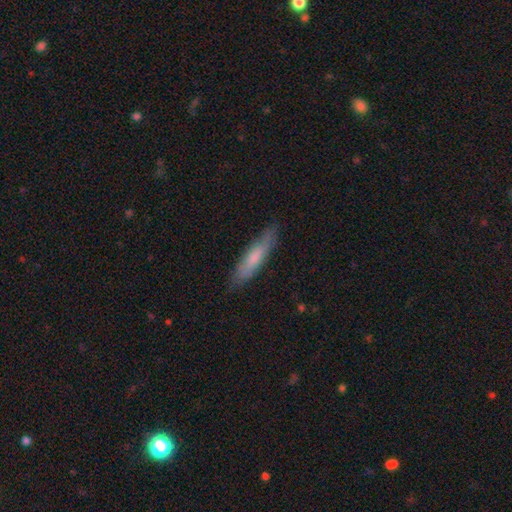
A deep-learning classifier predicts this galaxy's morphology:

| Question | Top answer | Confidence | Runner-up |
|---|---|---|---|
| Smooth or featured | smooth | 68% | featured or disk (26%) |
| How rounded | cigar-shaped | 81% | in between (17%) |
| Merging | none | 81% | minor disturbance (15%) |